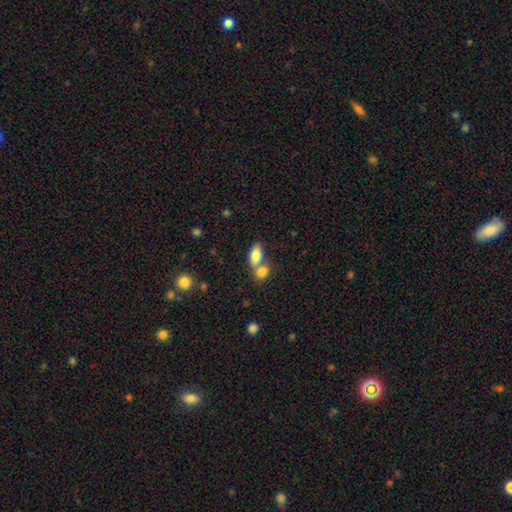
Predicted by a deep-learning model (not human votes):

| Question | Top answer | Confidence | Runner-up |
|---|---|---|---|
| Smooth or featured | smooth | 80% | featured or disk (13%) |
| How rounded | in between | 84% | cigar-shaped (10%) |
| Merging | merger | 52% | none (37%) |